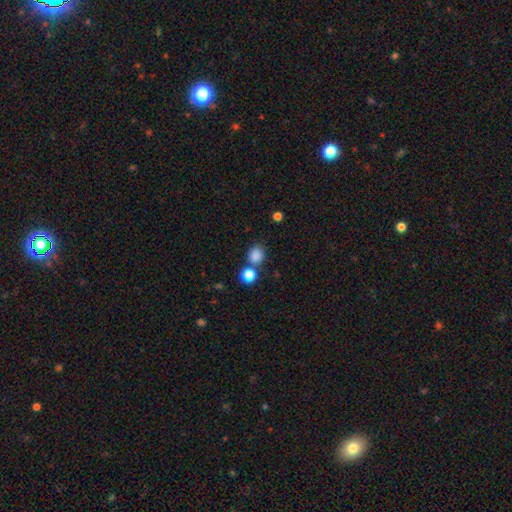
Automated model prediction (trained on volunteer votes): smooth-or-featured: smooth: 83% | star or artifact: 13% | featured or disk: 4%
  how-rounded: round: 74% | in between: 25% | cigar-shaped: 1%
  merging: none: 69% | merger: 16% | minor disturbance: 11% | major disturbance: 4%